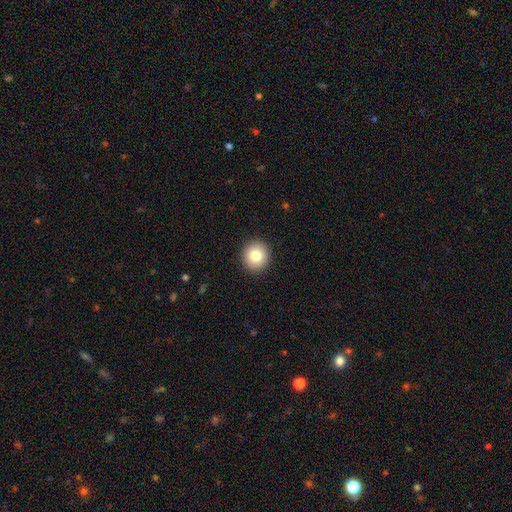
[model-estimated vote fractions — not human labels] smooth-or-featured: smooth: 81% | star or artifact: 9% | featured or disk: 9%
  how-rounded: round: 92% | in between: 7% | cigar-shaped: 1%
  merging: none: 92% | minor disturbance: 5% | major disturbance: 2% | merger: 1%